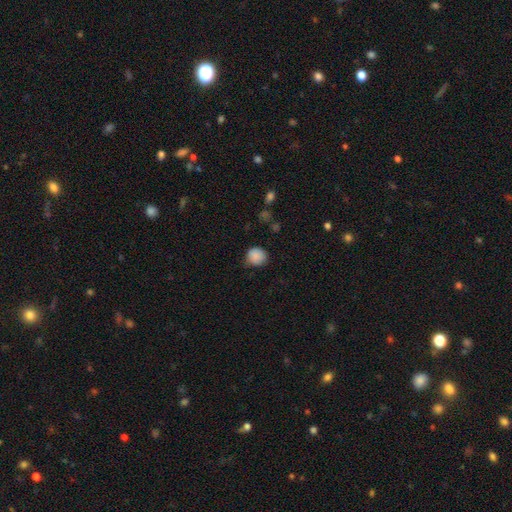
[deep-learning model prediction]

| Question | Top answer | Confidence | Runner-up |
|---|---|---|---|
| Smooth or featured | smooth | 88% | star or artifact (9%) |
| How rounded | round | 86% | in between (13%) |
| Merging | none | 73% | minor disturbance (22%) |